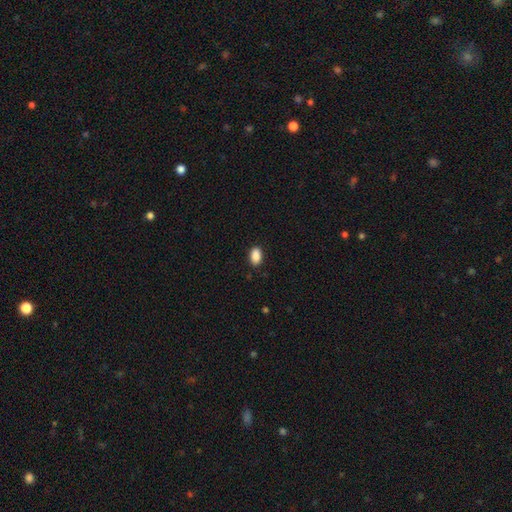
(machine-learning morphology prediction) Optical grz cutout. It shows a smooth galaxy with no disk features (90%) that is in between round and cigar-shaped (90%). Merging: none (88%).